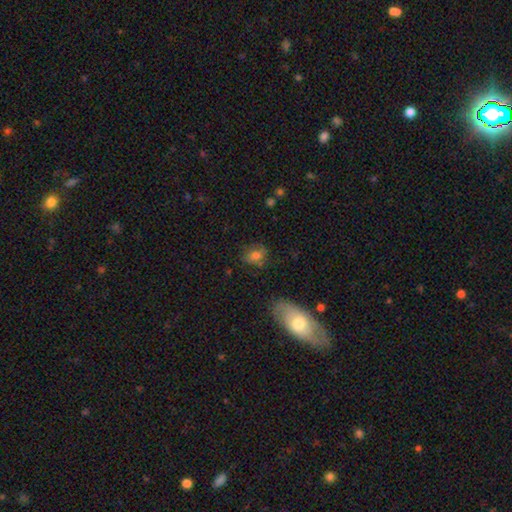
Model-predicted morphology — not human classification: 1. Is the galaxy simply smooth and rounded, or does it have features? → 70% smooth, 17% featured or disk, 13% star or artifact.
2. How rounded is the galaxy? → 53% in between, 45% round, 2% cigar-shaped.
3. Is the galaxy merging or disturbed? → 63% none, 23% minor disturbance, 11% major disturbance, 3% merger.